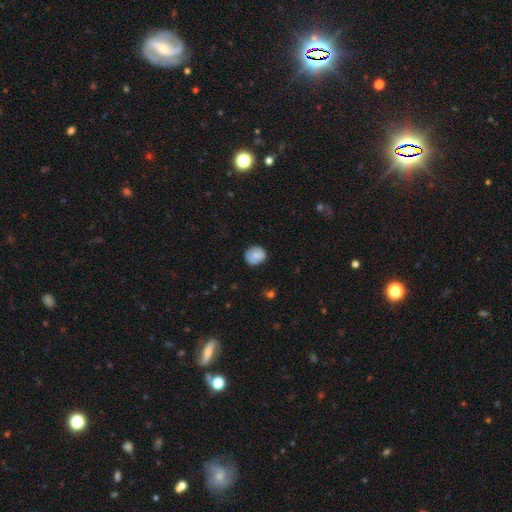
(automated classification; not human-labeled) The model was most divided on "smooth or featured": smooth: 71%, featured or disk: 21%, star or artifact: 8%. More confident: how rounded — round (77%); merging — none (72%).